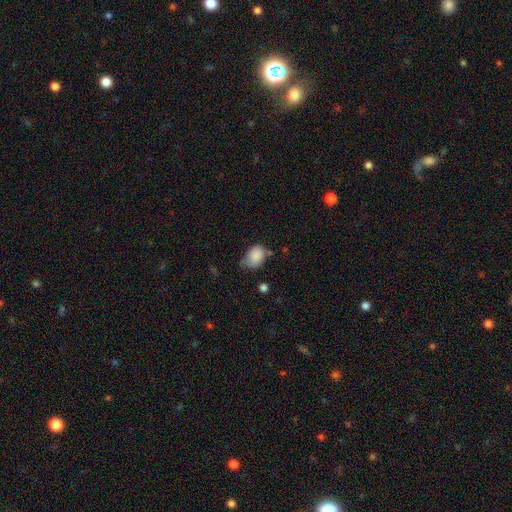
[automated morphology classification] type=smooth (85%); roundness=in between (68%); merging=none (42%).